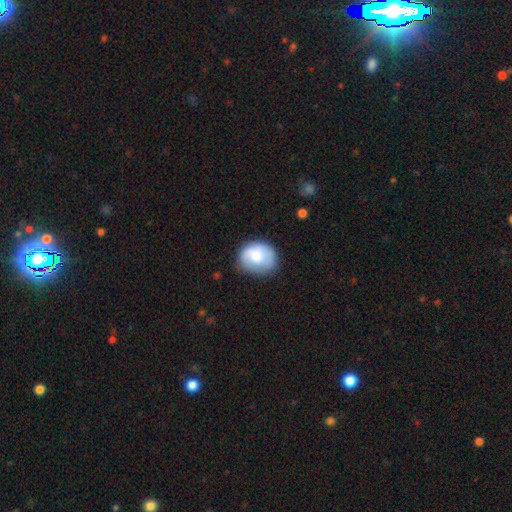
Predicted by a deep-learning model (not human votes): Smooth or featured? smooth (67%)
How rounded? round (60%)
Merging? none (65%)